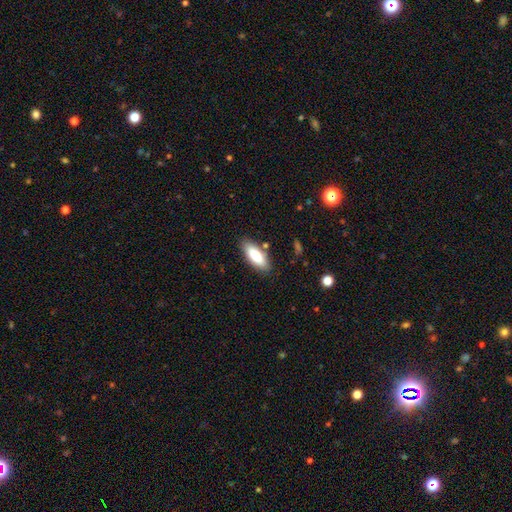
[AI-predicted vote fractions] smooth-or-featured: smooth: 83% | featured or disk: 11% | star or artifact: 6%
  how-rounded: in between: 74% | cigar-shaped: 24% | round: 2%
  merging: none: 84% | minor disturbance: 11% | major disturbance: 3% | merger: 2%